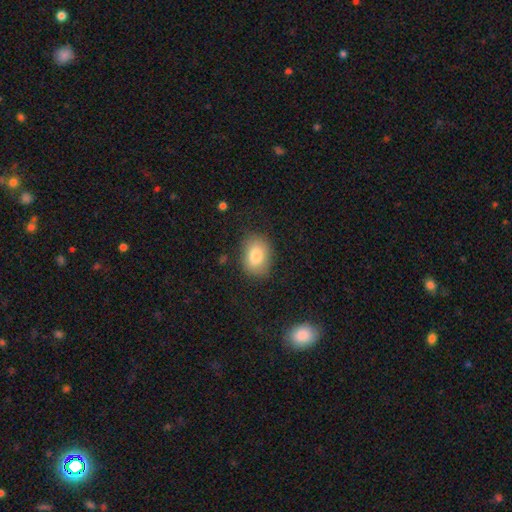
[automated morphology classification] smooth_or_featured: smooth (p=0.81) [alt: featured or disk p=0.10]
how_rounded: in between (p=0.68) [alt: round p=0.31]
merging: none (p=0.80) [alt: minor disturbance p=0.15]